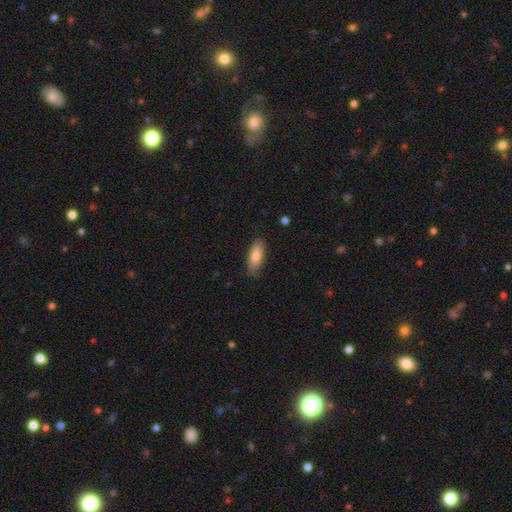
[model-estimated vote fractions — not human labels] Morphology: type=smooth (81%); roundness=in between (71%); merging=none (85%).